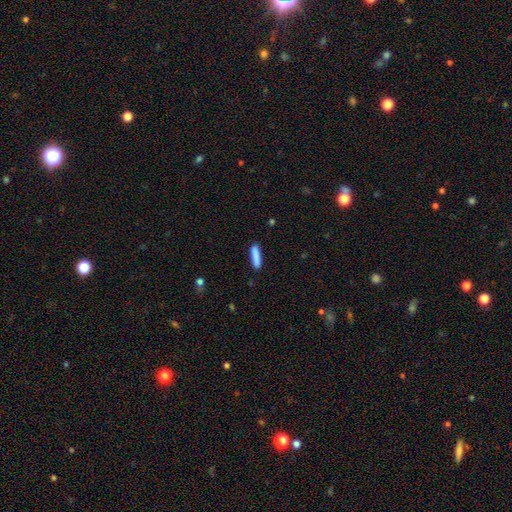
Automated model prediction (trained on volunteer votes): Smooth or featured? Predicted: smooth (p=0.87). How rounded? Predicted: cigar-shaped (p=0.82). Merging? Predicted: none (p=0.86).